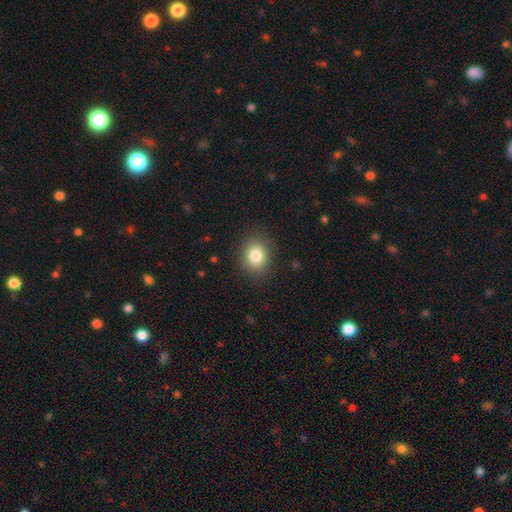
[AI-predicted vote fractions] This appears to be a smooth galaxy with no disk features (83%) that is round (57%). Merging: none (87%).